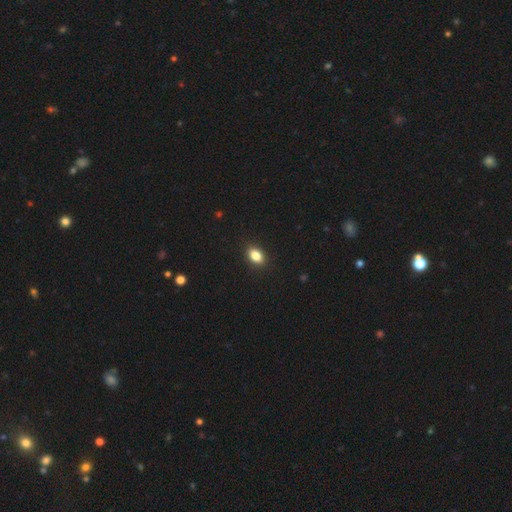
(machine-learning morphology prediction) Smooth or featured? Predicted: smooth (p=0.85). How rounded? Predicted: in between (p=0.84). Merging? Predicted: none (p=0.90).